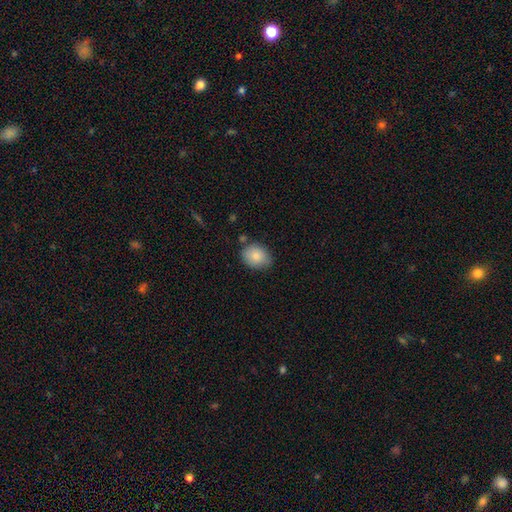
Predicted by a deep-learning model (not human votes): A smooth galaxy with no disk features (85%) that is in between round and cigar-shaped (59%). Merging: none (74%).